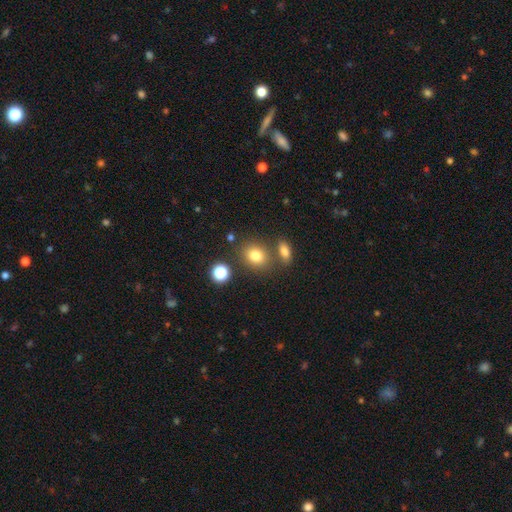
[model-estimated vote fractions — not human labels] This is likely a smooth galaxy (79%). How rounded: likely round (61%). Merging: likely none (72%).